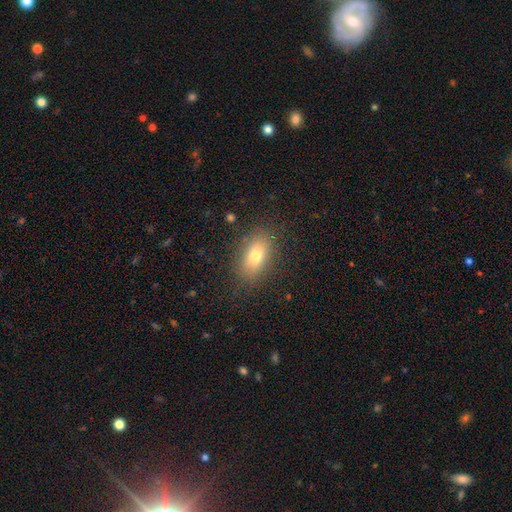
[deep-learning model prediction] Smooth or featured: smooth — 74% (featured or disk — 16%)
How rounded: in between — 85% (round — 8%)
Merging: none — 84% (minor disturbance — 11%)